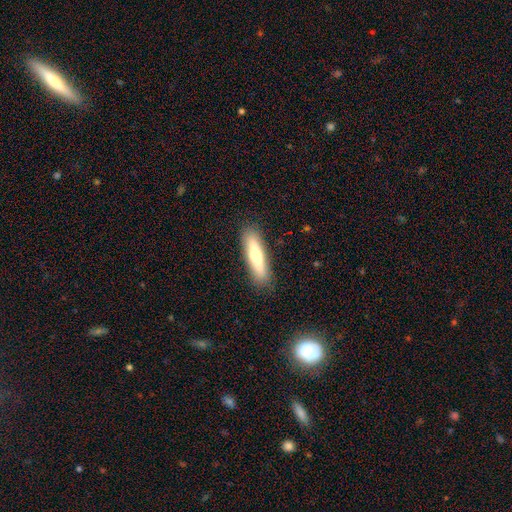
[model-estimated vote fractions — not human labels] Smooth or featured?
  - smooth: 60% *
  - featured or disk: 33%
  - star or artifact: 6%
How rounded?
  - cigar-shaped: 75% *
  - in between: 23%
  - round: 2%
Merging?
  - none: 87% *
  - minor disturbance: 9%
  - major disturbance: 2%
  - merger: 1%